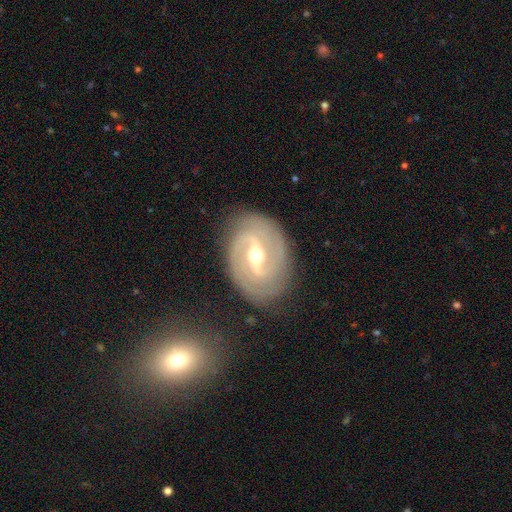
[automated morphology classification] The model was most divided on "spiral winding": tight: 46%, medium: 42%, loose: 13%. Remaining: edge-on disk — no (97%); spiral arms — yes (95%); smooth or featured — featured or disk (88%); merging — none (81%); spiral arm count — 2 (78%); bulge size — moderate (68%); bar — weak (46%).